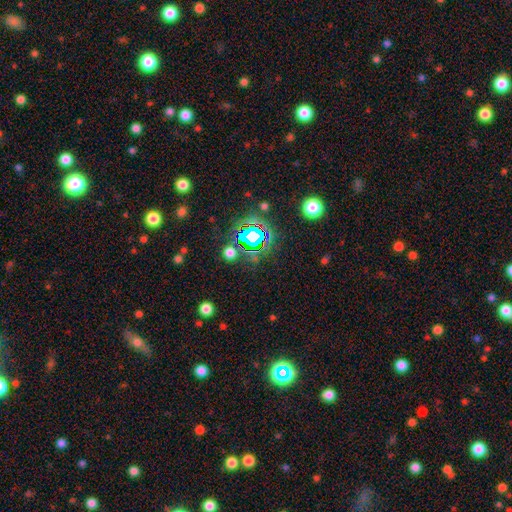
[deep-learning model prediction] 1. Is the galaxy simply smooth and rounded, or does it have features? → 74% star or artifact, 17% smooth, 9% featured or disk.